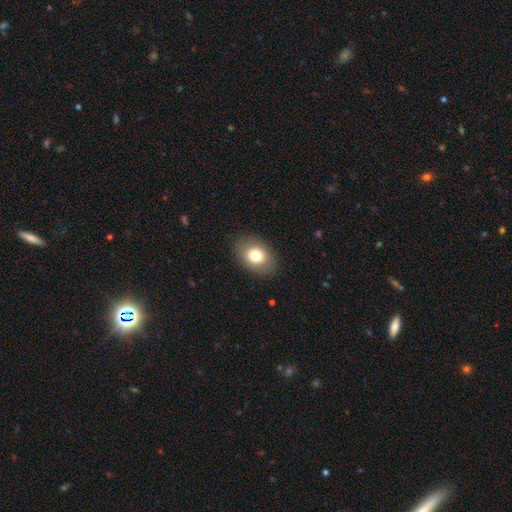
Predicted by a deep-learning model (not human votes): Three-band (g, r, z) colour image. It shows a smooth galaxy with no disk features (77%) that is in between round and cigar-shaped (74%). Merging: none (87%).